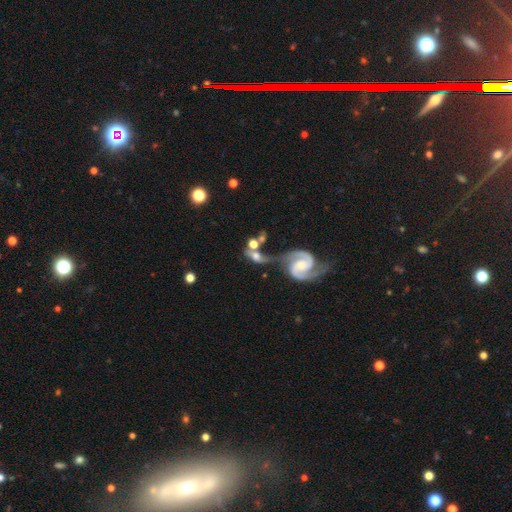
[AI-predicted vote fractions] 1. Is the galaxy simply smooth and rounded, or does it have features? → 63% featured or disk, 29% smooth, 9% star or artifact.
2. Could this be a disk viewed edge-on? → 91% no, 9% yes.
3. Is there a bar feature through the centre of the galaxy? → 52% no, 36% weak, 12% strong.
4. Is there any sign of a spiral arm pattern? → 83% yes, 17% no.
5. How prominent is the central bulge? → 36% moderate, 34% small, 14% large, 12% none, 3% dominant.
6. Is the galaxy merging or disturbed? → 48% merger, 29% none, 12% minor disturbance, 10% major disturbance.